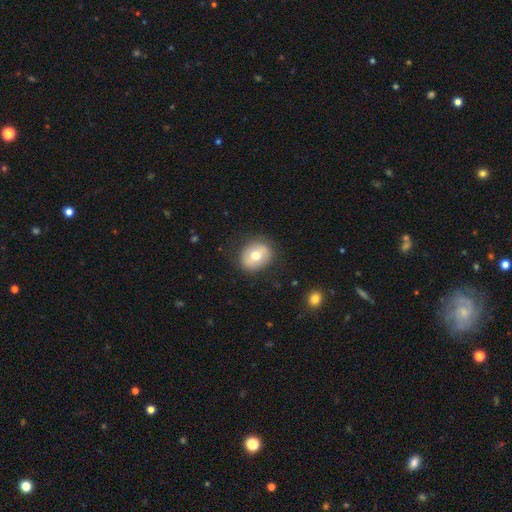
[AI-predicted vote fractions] This is likely a smooth galaxy (64%). How rounded: likely round (63%). Merging: clearly none (83%).